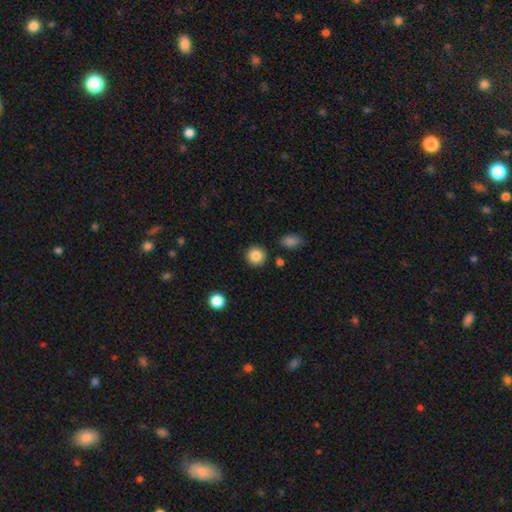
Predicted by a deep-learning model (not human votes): smooth-or-featured: smooth: 86% | star or artifact: 9% | featured or disk: 5%
  how-rounded: round: 93% | in between: 6% | cigar-shaped: 1%
  merging: none: 90% | minor disturbance: 6% | merger: 2% | major disturbance: 2%